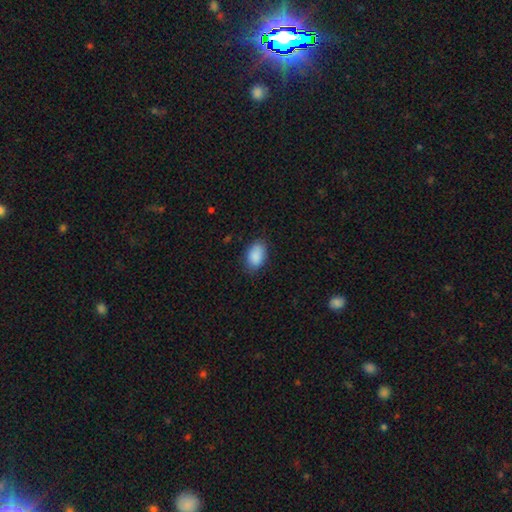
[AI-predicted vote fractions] This appears to be a smooth galaxy with no disk features (89%) that is in between round and cigar-shaped (91%). Merging: none (80%).